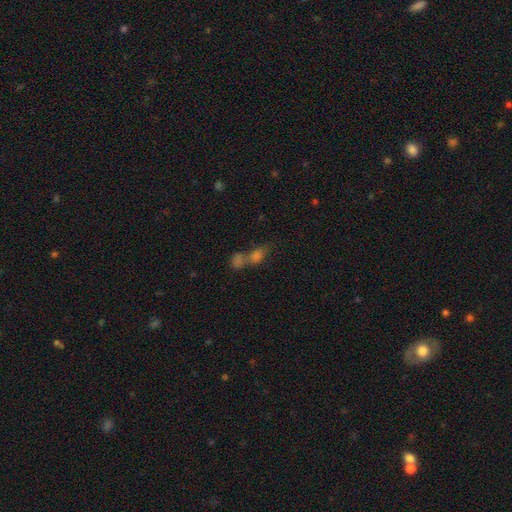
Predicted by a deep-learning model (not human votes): A smooth galaxy with no disk features (60%) that is in between round and cigar-shaped (60%).

Vote fractions:
- Smooth or featured? smooth: 60% / star or artifact: 24% / featured or disk: 16%
- How rounded? in between: 60% / round: 30% / cigar-shaped: 10%
- Merging? merger: 58% / none: 28% / minor disturbance: 8% / major disturbance: 6%